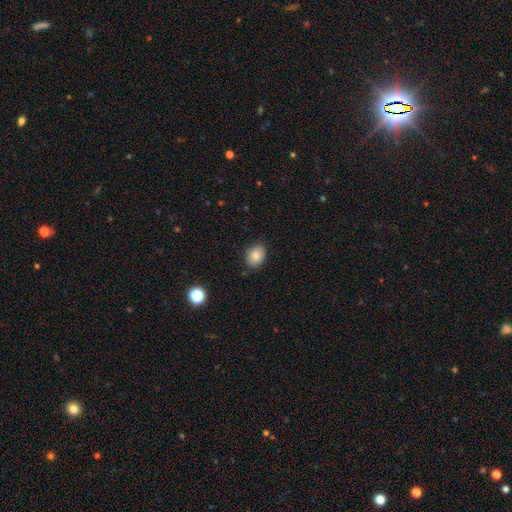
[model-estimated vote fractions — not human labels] smooth-or-featured: smooth: 83% | star or artifact: 9% | featured or disk: 8%
  how-rounded: in between: 73% | round: 26% | cigar-shaped: 1%
  merging: none: 84% | minor disturbance: 12% | major disturbance: 2% | merger: 1%